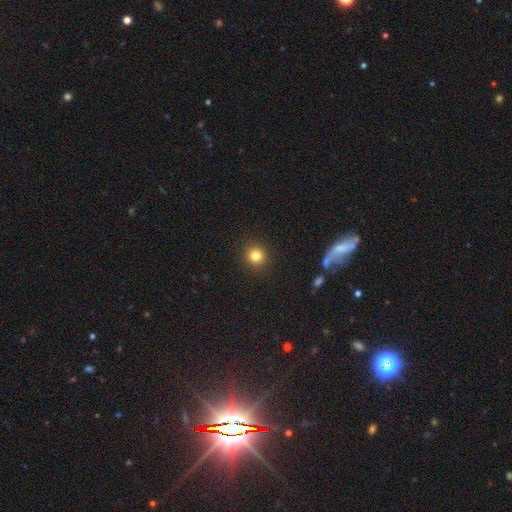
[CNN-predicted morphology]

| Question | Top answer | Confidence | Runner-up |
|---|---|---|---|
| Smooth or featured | smooth | 82% | star or artifact (12%) |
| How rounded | round | 93% | in between (6%) |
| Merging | none | 92% | minor disturbance (5%) |